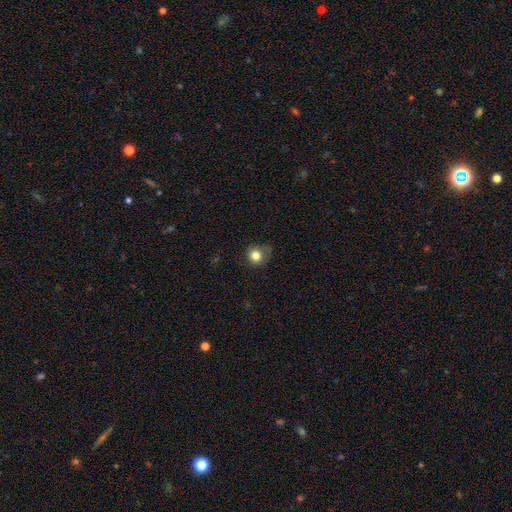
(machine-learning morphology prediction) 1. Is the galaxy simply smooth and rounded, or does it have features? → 82% smooth, 11% star or artifact, 7% featured or disk.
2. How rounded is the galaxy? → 84% round, 15% in between, 1% cigar-shaped.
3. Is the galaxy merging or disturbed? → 67% none, 23% minor disturbance, 9% major disturbance, 1% merger.